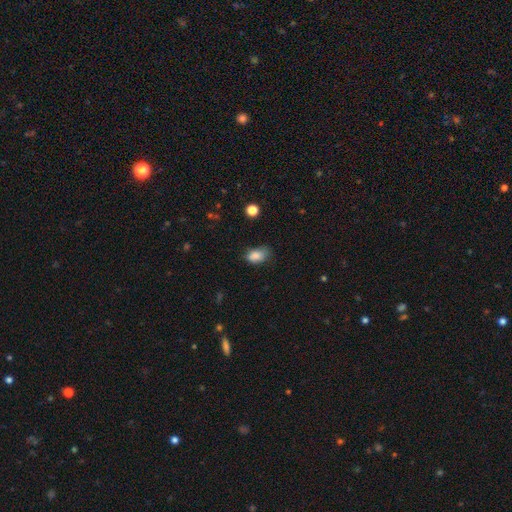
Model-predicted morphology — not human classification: A smooth galaxy with no disk features (83%) that is in between round and cigar-shaped (87%).

Vote fractions:
- Smooth or featured? smooth: 83% / star or artifact: 10% / featured or disk: 7%
- How rounded? in between: 87% / round: 11% / cigar-shaped: 2%
- Merging? none: 56% / minor disturbance: 33% / major disturbance: 9% / merger: 2%